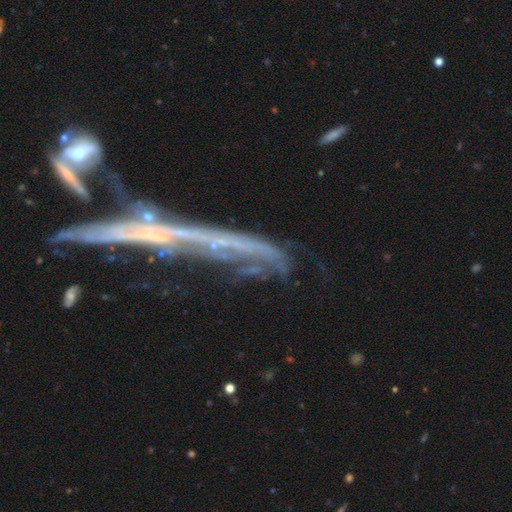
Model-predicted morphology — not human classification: Smooth or featured? featured or disk (71%)
Edge-on disk? yes (68%)
Merging? none (33%)